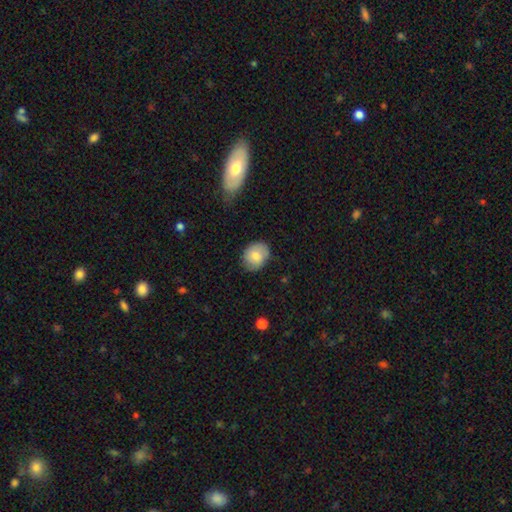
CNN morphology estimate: smooth 77%, featured or disk 16%, star or artifact 7%. Down the decision tree: how rounded — round (55%); merging — none (74%).